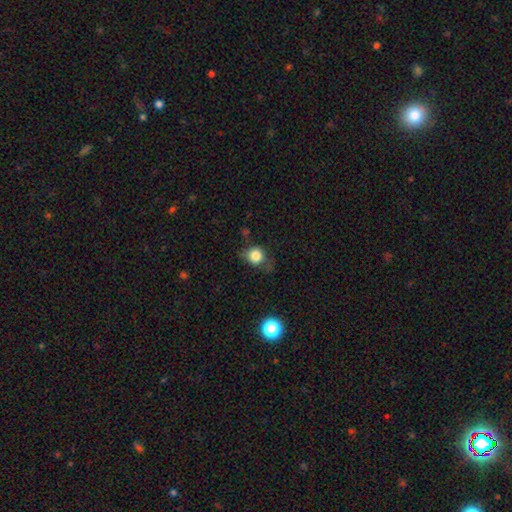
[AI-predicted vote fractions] A smooth galaxy with no disk features (78%) that is round (79%). Merging: none (53%).